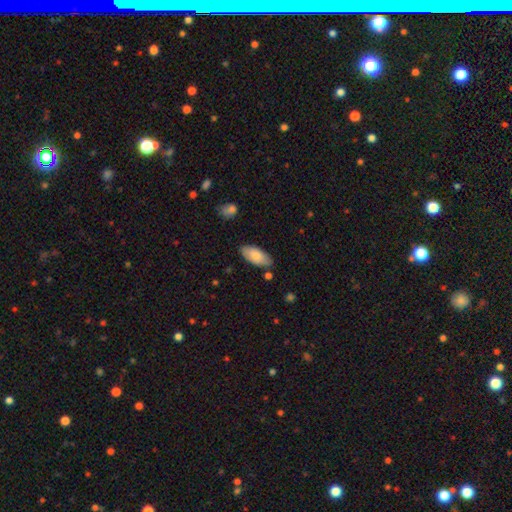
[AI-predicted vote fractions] smooth-or-featured: smooth: 80% | featured or disk: 14% | star or artifact: 6%
  how-rounded: in between: 91% | cigar-shaped: 7% | round: 2%
  merging: none: 78% | minor disturbance: 16% | merger: 3% | major disturbance: 3%